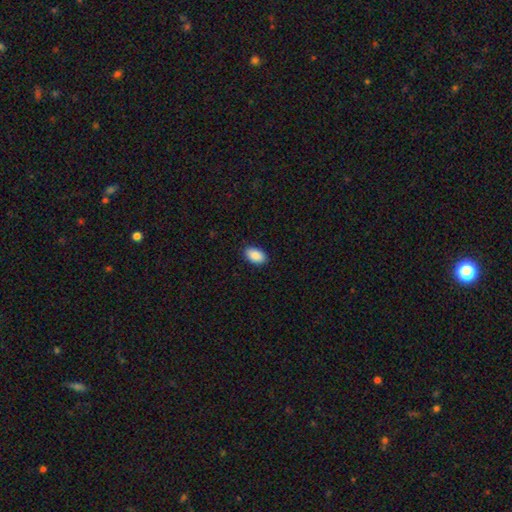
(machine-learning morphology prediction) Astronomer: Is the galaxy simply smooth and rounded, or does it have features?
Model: smooth — 90%.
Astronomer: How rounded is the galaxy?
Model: in between — 94%.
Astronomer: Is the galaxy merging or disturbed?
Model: none — 89%.